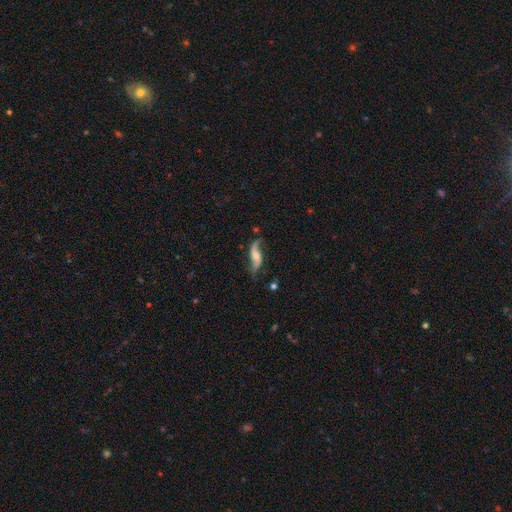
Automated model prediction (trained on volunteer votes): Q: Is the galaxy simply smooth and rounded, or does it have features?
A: featured or disk — 83%.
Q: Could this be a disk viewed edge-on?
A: no — 89%.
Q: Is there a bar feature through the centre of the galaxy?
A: no — 50%.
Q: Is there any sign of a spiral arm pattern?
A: yes — 95%.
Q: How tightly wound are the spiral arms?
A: loose — 85%.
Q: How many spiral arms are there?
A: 2 — 92%.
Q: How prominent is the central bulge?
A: moderate — 51%.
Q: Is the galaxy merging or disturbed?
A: none — 70%.